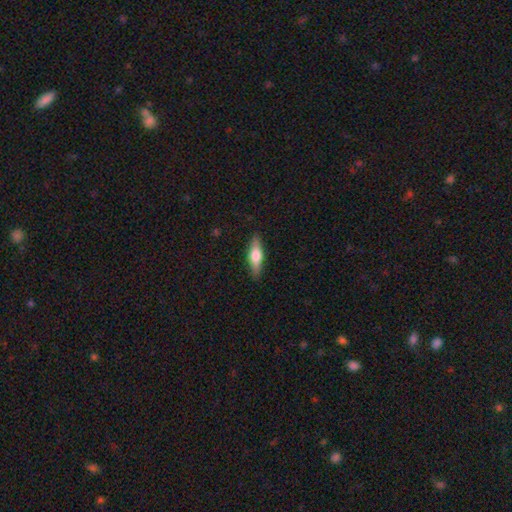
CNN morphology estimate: This appears to be a smooth galaxy with no disk features (53%) that is cigar-shaped (54%). Merging: none (88%).